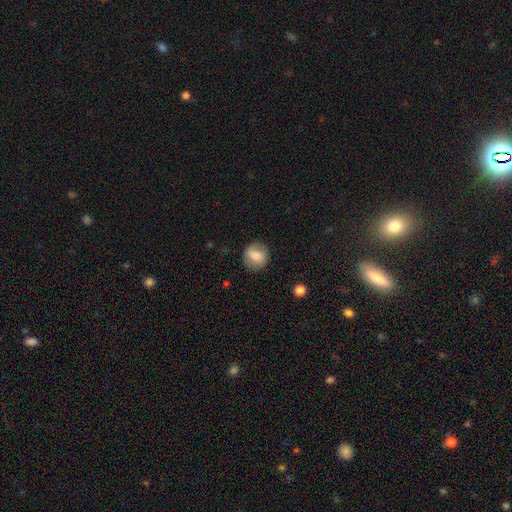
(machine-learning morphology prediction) smooth-or-featured: smooth: 67% | featured or disk: 25% | star or artifact: 8%
  how-rounded: round: 84% | in between: 15% | cigar-shaped: 1%
  merging: none: 84% | minor disturbance: 11% | major disturbance: 4% | merger: 1%